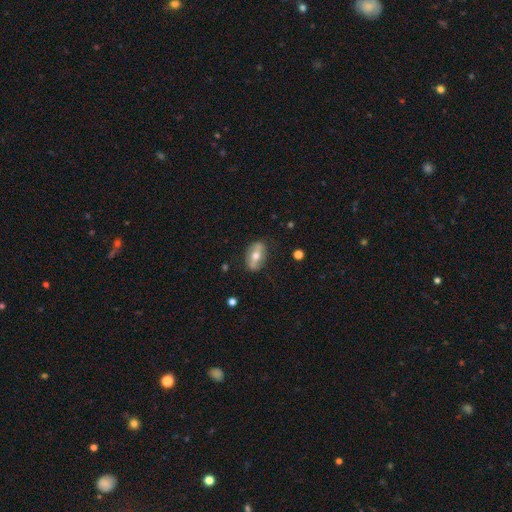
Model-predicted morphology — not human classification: featured or disk 50%, smooth 44%, star or artifact 7%. Down the decision tree: merging — none (81%).